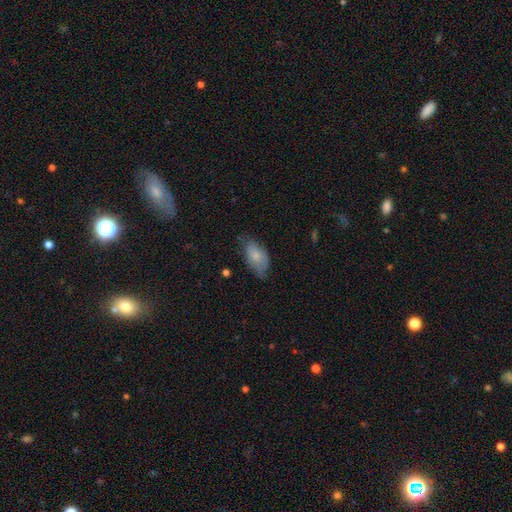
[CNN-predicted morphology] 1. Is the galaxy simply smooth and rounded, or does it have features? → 74% smooth, 19% featured or disk, 7% star or artifact.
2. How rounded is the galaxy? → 92% in between, 4% round, 4% cigar-shaped.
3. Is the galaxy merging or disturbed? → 58% none, 32% minor disturbance, 8% major disturbance, 2% merger.